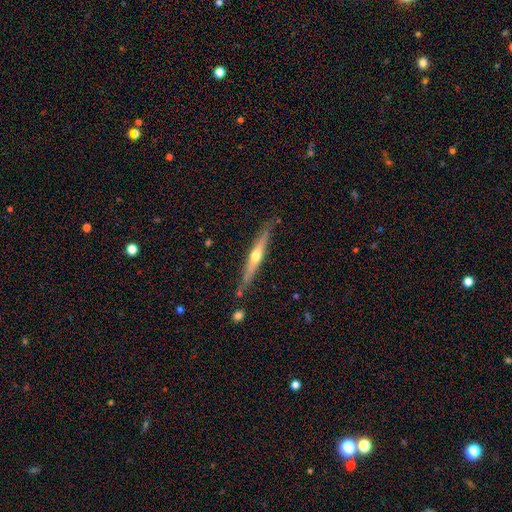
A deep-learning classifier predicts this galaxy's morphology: This appears to be a featured or disk galaxy (62%) viewed edge-on (95%) with a rounded central bulge (83%). Merging: none (81%).